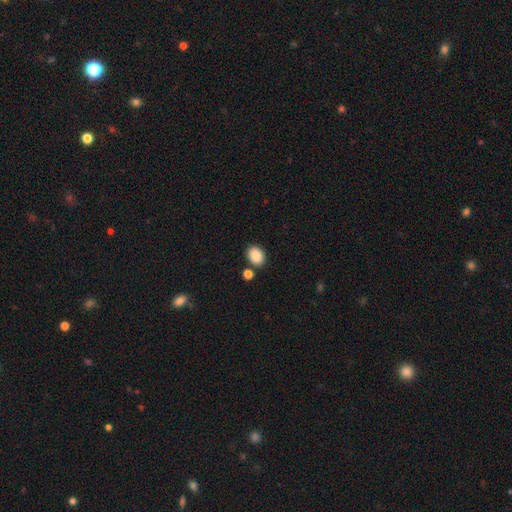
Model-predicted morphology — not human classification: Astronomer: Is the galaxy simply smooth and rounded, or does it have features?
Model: smooth — 89%.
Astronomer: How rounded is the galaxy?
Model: in between — 69%.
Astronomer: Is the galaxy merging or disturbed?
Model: none — 79%.